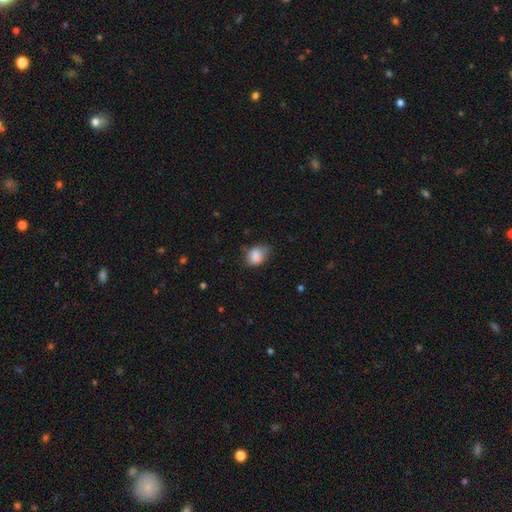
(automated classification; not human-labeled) The model was most divided on "merging": none: 50%, minor disturbance: 36%, major disturbance: 11%, merger: 2%. More confident: smooth or featured — smooth (84%); how rounded — in between (60%).